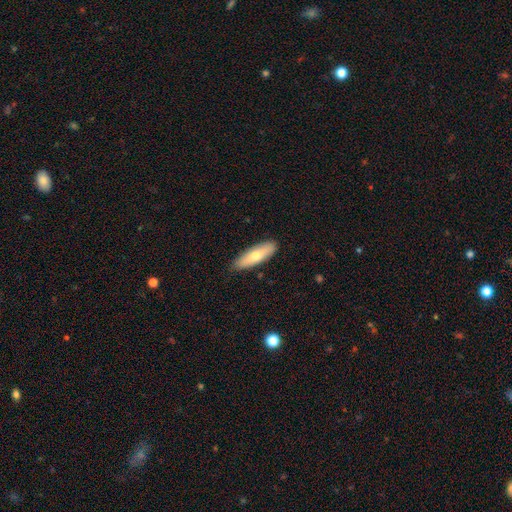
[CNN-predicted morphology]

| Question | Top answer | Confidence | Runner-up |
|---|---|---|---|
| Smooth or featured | smooth | 68% | featured or disk (26%) |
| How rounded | cigar-shaped | 50% | in between (48%) |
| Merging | none | 87% | minor disturbance (10%) |